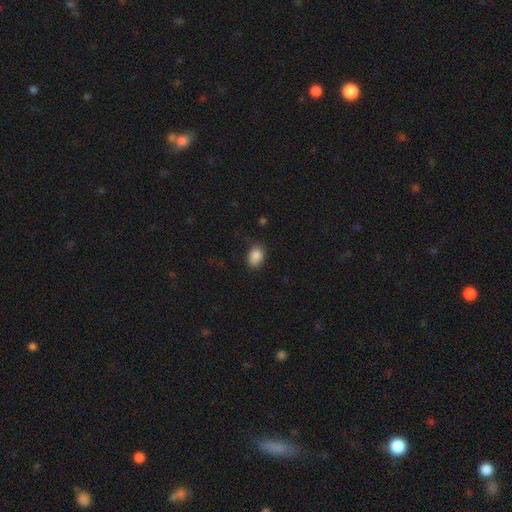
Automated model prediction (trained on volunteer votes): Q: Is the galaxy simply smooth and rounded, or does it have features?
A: smooth — 87%.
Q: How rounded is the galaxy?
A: in between — 75%.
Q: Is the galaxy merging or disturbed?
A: none — 75%.